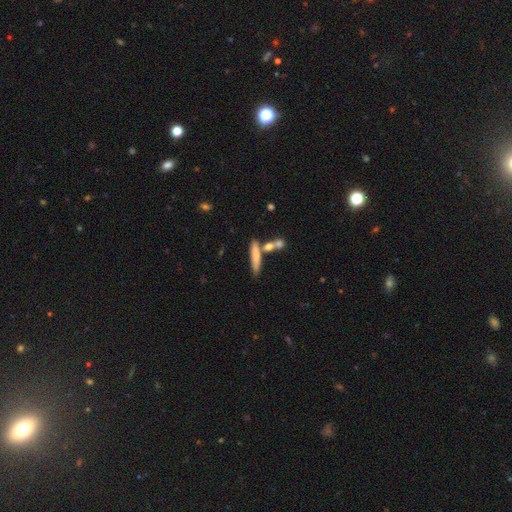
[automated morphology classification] The model was most divided on "smooth or featured": smooth: 69%, featured or disk: 24%, star or artifact: 7%. More confident: how rounded — cigar-shaped (87%); merging — none (65%).